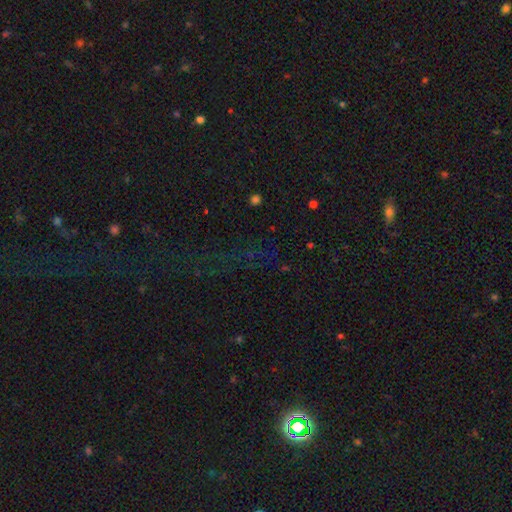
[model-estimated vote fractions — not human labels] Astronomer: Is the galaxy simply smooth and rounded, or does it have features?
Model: star or artifact — 70%.